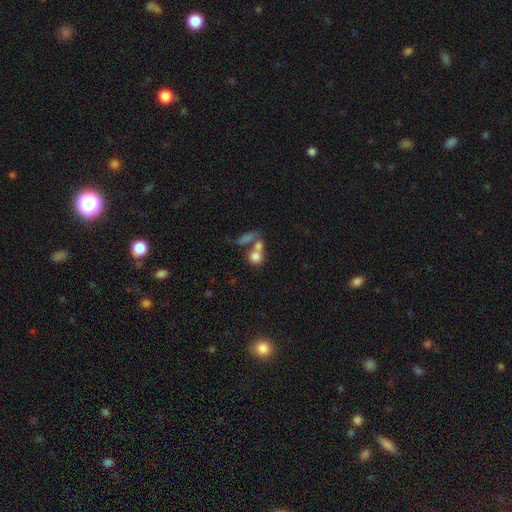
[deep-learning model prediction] Smooth or featured? smooth (76%)
How rounded? round (66%)
Merging? merger (51%)